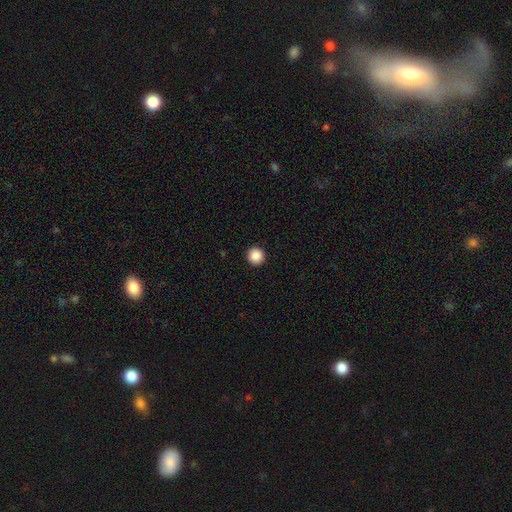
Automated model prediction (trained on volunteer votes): This appears to be a smooth galaxy with no disk features (89%) that is round (96%). Merging: none (94%).